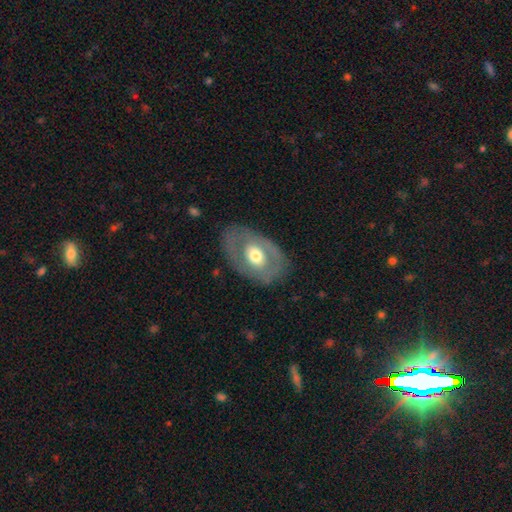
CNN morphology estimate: Smooth or featured? Predicted: featured or disk (p=0.52). Edge-on disk? Predicted: no (p=0.90). Merging? Predicted: none (p=0.77).